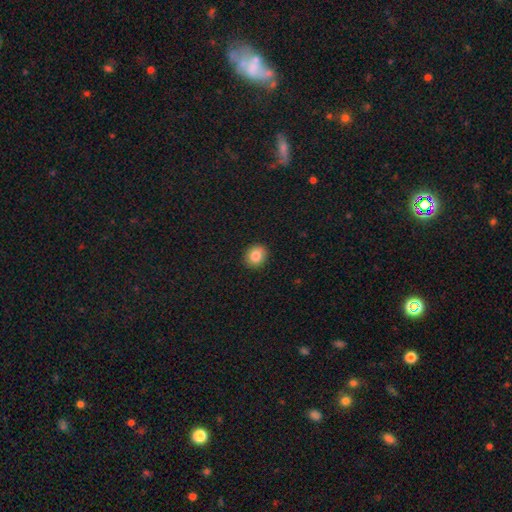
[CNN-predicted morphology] This is clearly a smooth galaxy (84%). How rounded: likely round (70%). Merging: clearly none (90%).